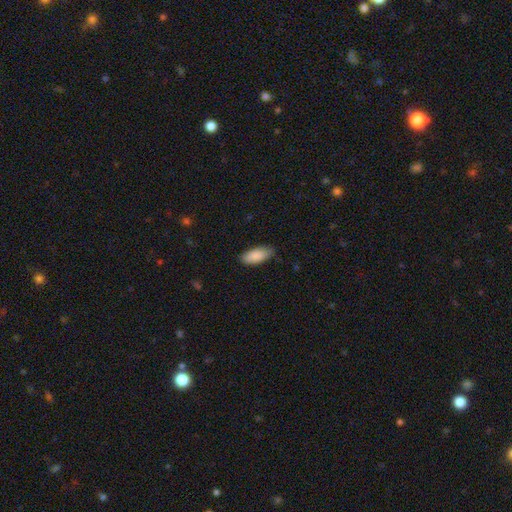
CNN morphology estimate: smooth-or-featured: smooth: 89% | star or artifact: 6% | featured or disk: 5%
  how-rounded: in between: 86% | cigar-shaped: 12% | round: 2%
  merging: none: 82% | minor disturbance: 14% | major disturbance: 2% | merger: 1%